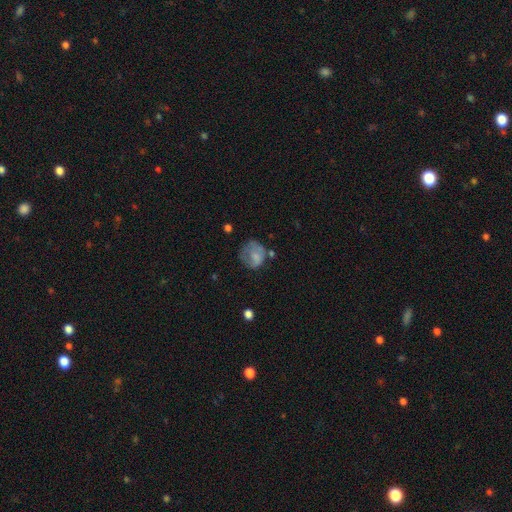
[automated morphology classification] This is likely a smooth galaxy (64%). How rounded: likely round (69%). Merging: marginally none (40%).